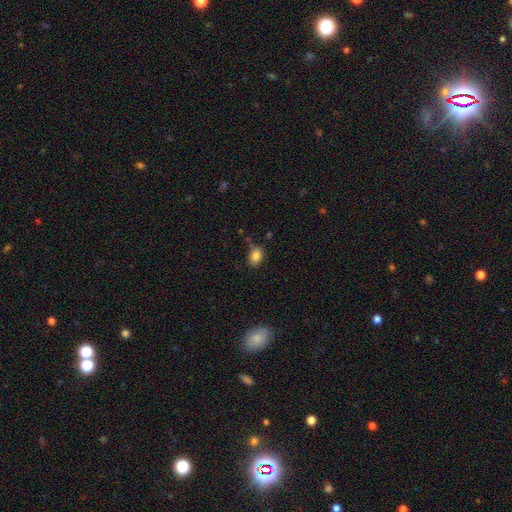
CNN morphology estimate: A smooth galaxy with no disk features (84%) that is in between round and cigar-shaped (73%). Merging: none (74%).